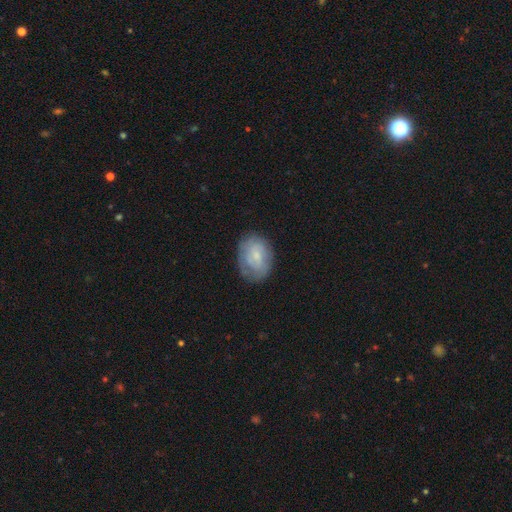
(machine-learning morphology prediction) Smooth or featured?
  - smooth: 55% *
  - featured or disk: 37%
  - star or artifact: 8%
How rounded?
  - in between: 72% *
  - round: 27%
  - cigar-shaped: 1%
Merging?
  - none: 69% *
  - minor disturbance: 22%
  - major disturbance: 8%
  - merger: 1%